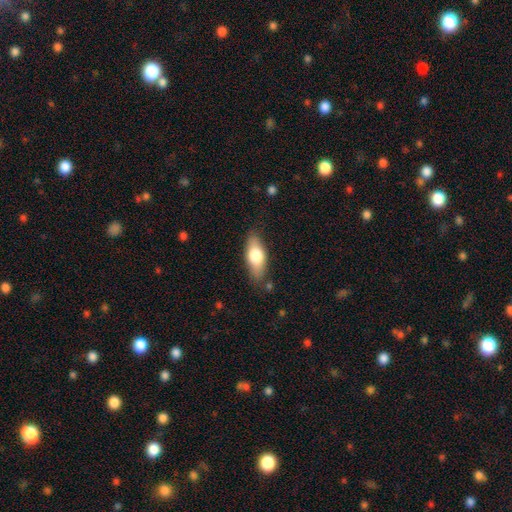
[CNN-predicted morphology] The model was most divided on "smooth or featured": smooth: 68%, featured or disk: 25%, star or artifact: 6%. More confident: merging — none (81%); how rounded — in between (75%).